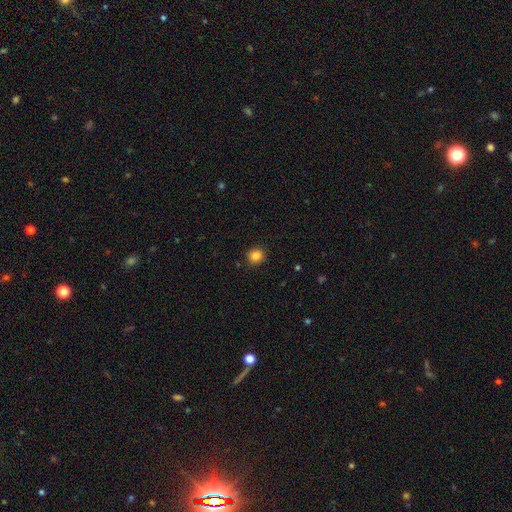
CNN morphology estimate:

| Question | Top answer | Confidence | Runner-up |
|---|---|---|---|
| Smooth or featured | smooth | 85% | star or artifact (11%) |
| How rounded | round | 84% | in between (15%) |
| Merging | none | 90% | minor disturbance (7%) |